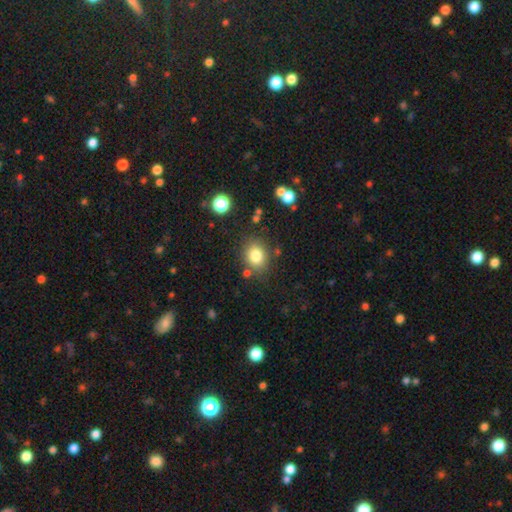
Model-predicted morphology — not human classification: Smooth or featured? smooth (81%)
How rounded? round (59%)
Merging? none (79%)